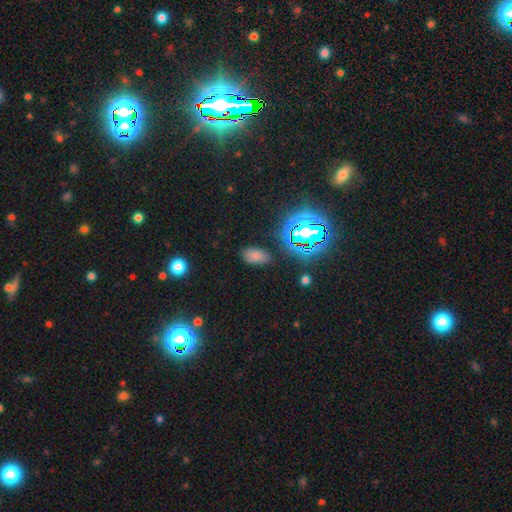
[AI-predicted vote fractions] A smooth galaxy with no disk features (68%) that is in between round and cigar-shaped (92%).

Vote fractions:
- Smooth or featured? smooth: 68% / star or artifact: 25% / featured or disk: 7%
- How rounded? in between: 92% / round: 6% / cigar-shaped: 2%
- Merging? none: 82% / minor disturbance: 12% / major disturbance: 4% / merger: 2%